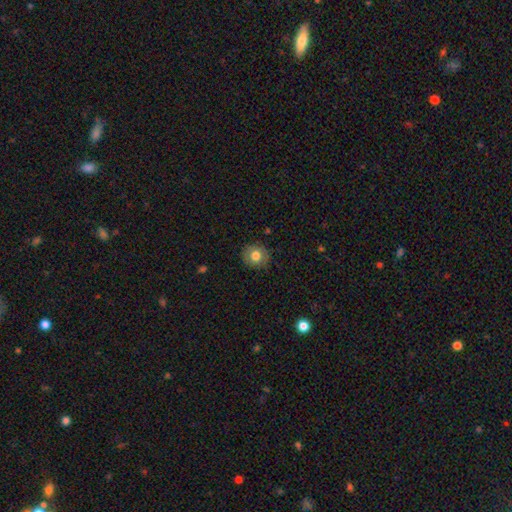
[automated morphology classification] Overall: smooth (72%). How rounded: round (87%). Merging: none (85%).